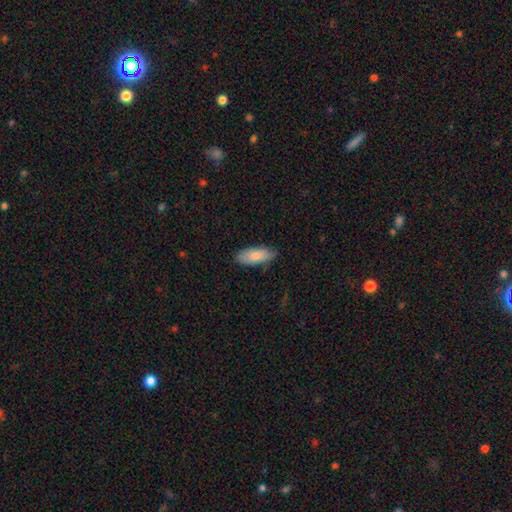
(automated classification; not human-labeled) The model was most divided on "how rounded": in between: 82%, cigar-shaped: 16%, round: 2%. More confident: merging — none (83%); smooth or featured — smooth (81%).